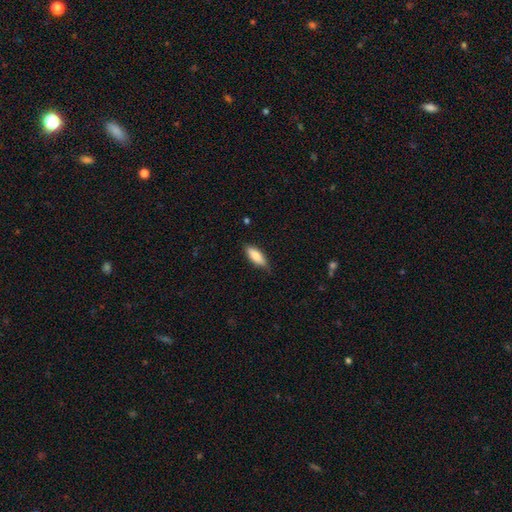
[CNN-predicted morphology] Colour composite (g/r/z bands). It shows a smooth galaxy with no disk features (77%) that is in between round and cigar-shaped (65%). Merging: none (79%).